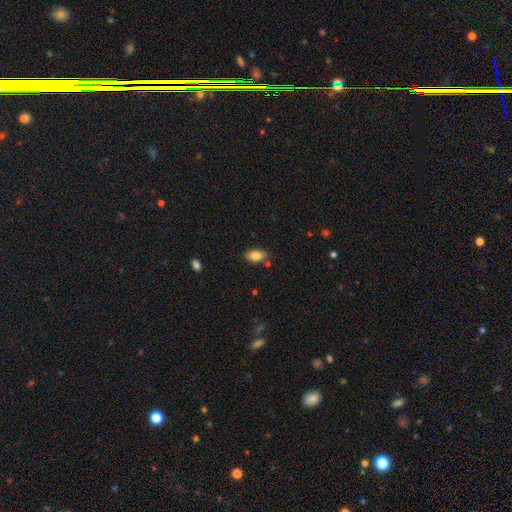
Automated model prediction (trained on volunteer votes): Q: Smooth or featured?
A: smooth (84%); runner-up: featured or disk (8%)
Q: How rounded?
A: in between (92%); runner-up: round (6%)
Q: Merging?
A: none (82%); runner-up: minor disturbance (12%)